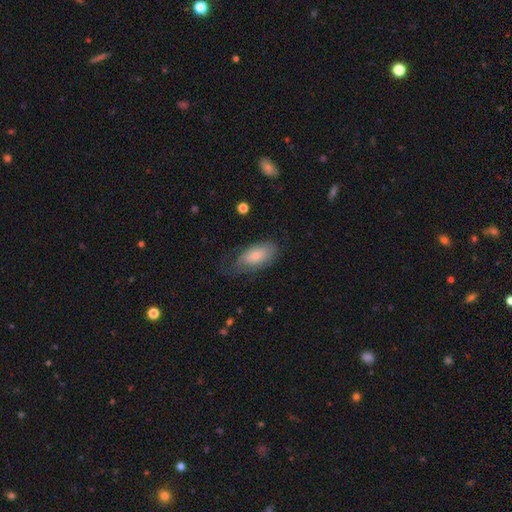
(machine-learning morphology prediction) type=smooth (63%); roundness=in between (92%); merging=none (47%).